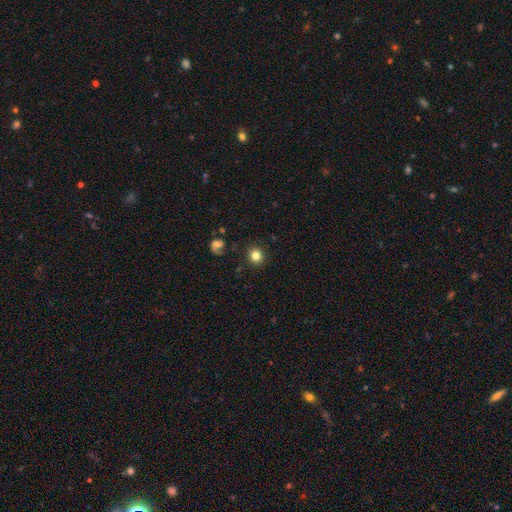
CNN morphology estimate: A smooth galaxy with no disk features (81%) that is round (87%).

Vote fractions:
- Smooth or featured? smooth: 81% / star or artifact: 11% / featured or disk: 8%
- How rounded? round: 87% / in between: 12% / cigar-shaped: 1%
- Merging? none: 88% / minor disturbance: 7% / major disturbance: 3% / merger: 2%